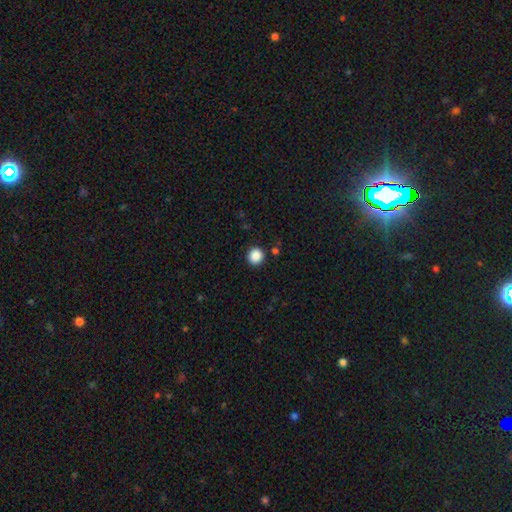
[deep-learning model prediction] A smooth galaxy with no disk features (88%) that is round (92%).

Vote fractions:
- Smooth or featured? smooth: 88% / star or artifact: 10% / featured or disk: 3%
- How rounded? round: 92% / in between: 7% / cigar-shaped: 1%
- Merging? none: 90% / minor disturbance: 6% / major disturbance: 2% / merger: 2%